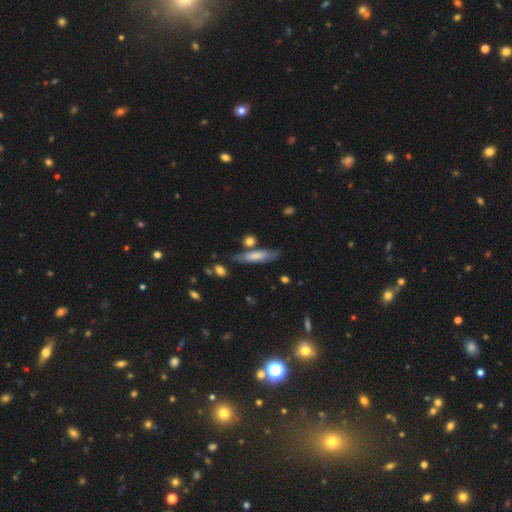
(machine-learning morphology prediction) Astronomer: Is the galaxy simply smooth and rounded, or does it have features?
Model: smooth — 64%.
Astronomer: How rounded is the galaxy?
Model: cigar-shaped — 71%.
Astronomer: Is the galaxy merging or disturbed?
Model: none — 67%.